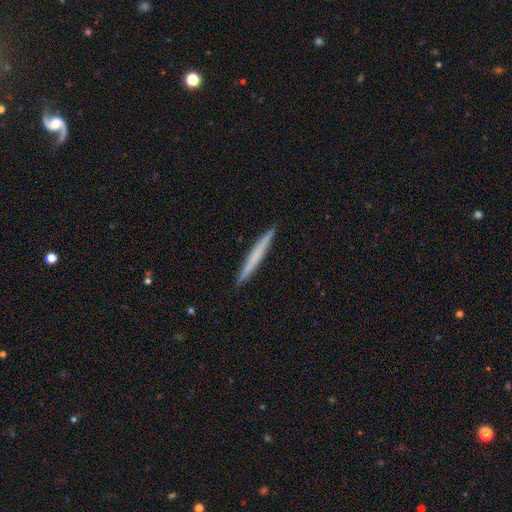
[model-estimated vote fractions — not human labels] A smooth galaxy with no disk features (56%) that is cigar-shaped (97%). Merging: none (93%).